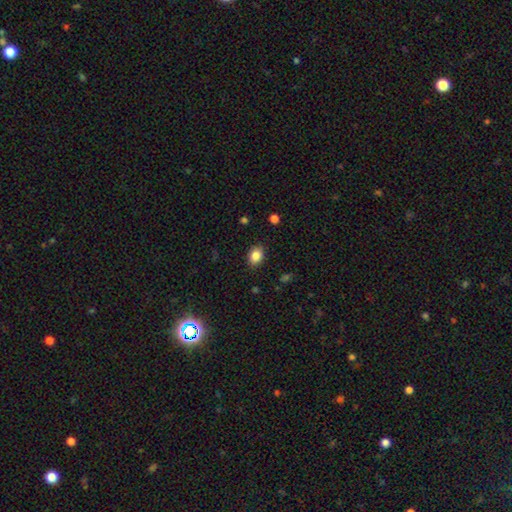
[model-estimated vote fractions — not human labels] smooth-or-featured: smooth: 85% | star or artifact: 10% | featured or disk: 5%
  how-rounded: in between: 63% | round: 36% | cigar-shaped: 1%
  merging: none: 87% | minor disturbance: 9% | major disturbance: 2% | merger: 1%